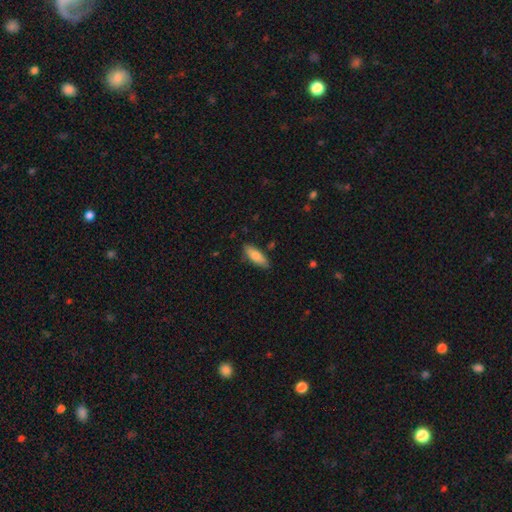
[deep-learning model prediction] Smooth or featured? smooth (81%)
How rounded? in between (62%)
Merging? none (83%)